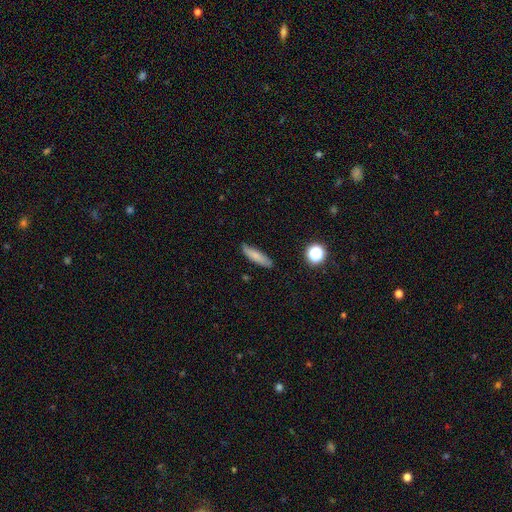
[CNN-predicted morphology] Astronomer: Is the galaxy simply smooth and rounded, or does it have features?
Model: smooth — 76%.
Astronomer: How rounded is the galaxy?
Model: cigar-shaped — 71%.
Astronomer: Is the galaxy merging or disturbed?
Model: none — 82%.